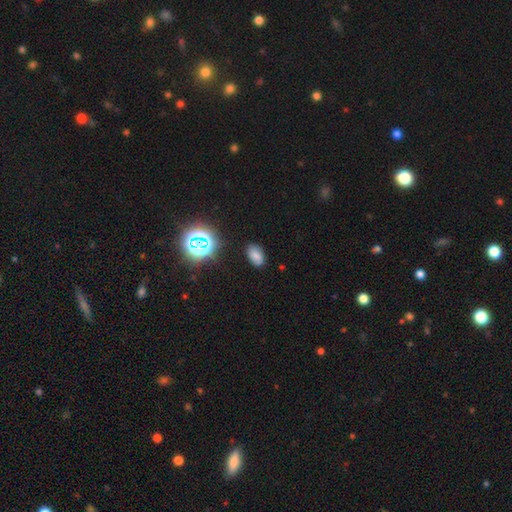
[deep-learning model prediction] smooth_or_featured: smooth (p=0.68) [alt: star or artifact p=0.20]
how_rounded: in between (p=0.90) [alt: round p=0.08]
merging: none (p=0.81) [alt: minor disturbance p=0.13]